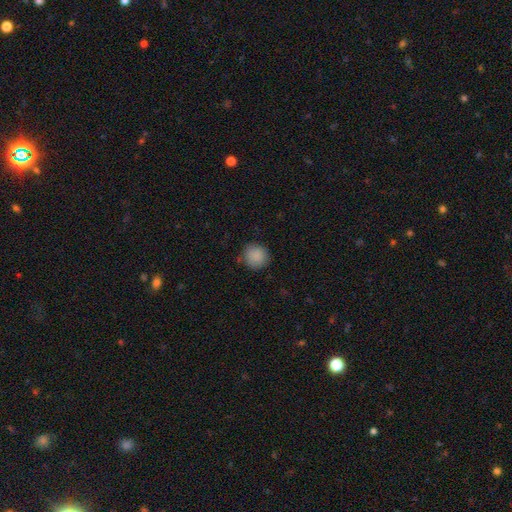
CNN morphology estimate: This appears to be a smooth galaxy with no disk features (88%) that is round (91%). Merging: none (84%).